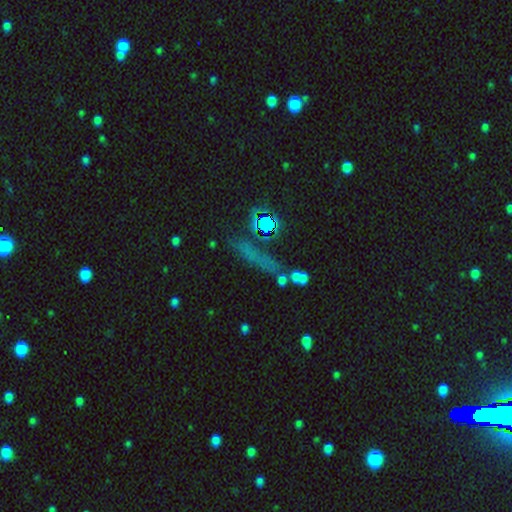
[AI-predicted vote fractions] Morphology: type=star or artifact (47%).